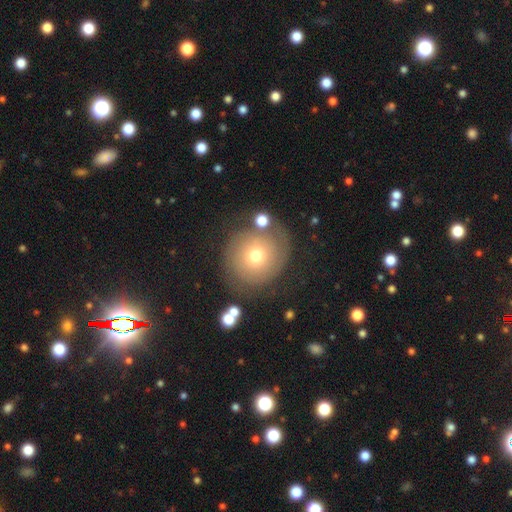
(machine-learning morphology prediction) A smooth galaxy with no disk features (47%). Merging: none (72%).